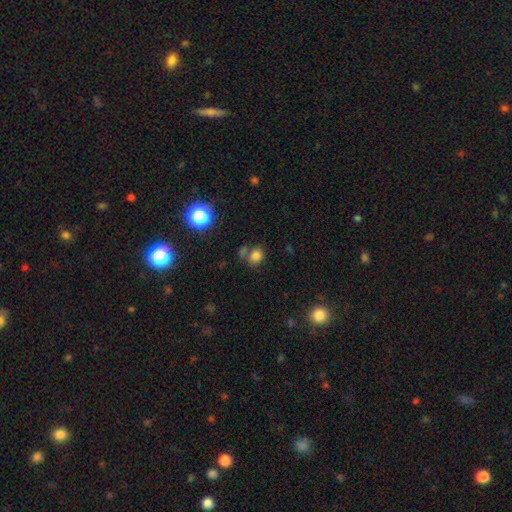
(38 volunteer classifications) This is clearly a smooth galaxy (84%). How rounded: likely round (62%). Merging: marginally none (40%).